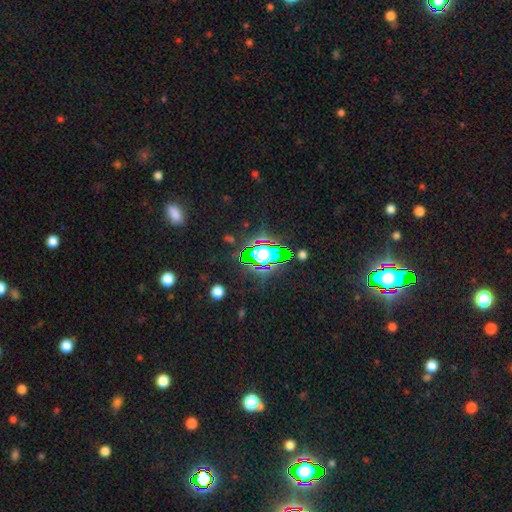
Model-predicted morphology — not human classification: type=star or artifact (82%).